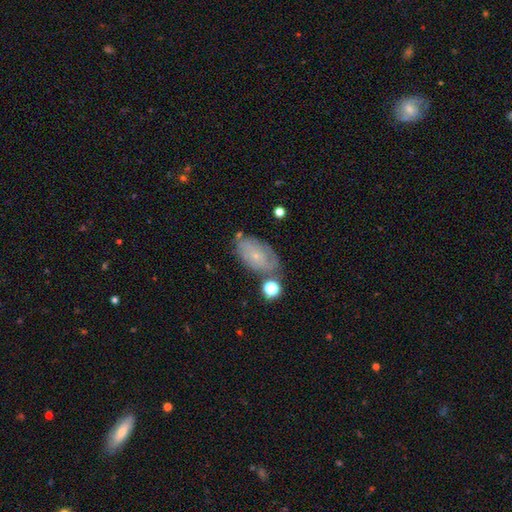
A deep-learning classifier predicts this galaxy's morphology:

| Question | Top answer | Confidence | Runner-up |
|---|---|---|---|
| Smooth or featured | featured or disk | 48% | smooth (43%) |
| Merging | none | 60% | minor disturbance (23%) |